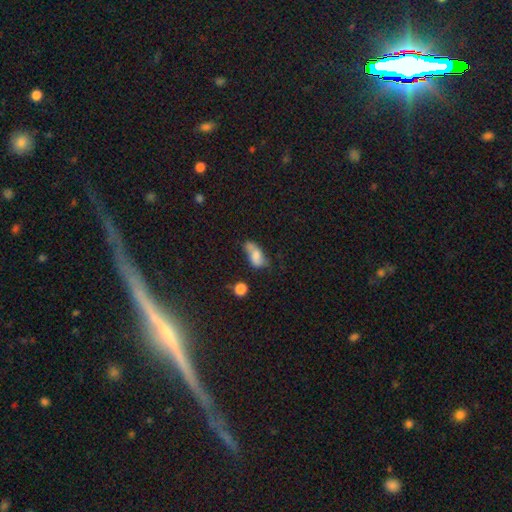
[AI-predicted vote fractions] A smooth galaxy with no disk features (68%) that is in between round and cigar-shaped (83%). Merging: none (36%).